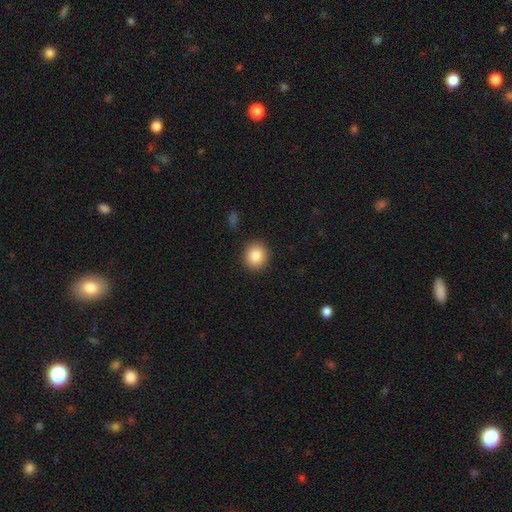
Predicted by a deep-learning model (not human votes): Overall: smooth (85%). How rounded: round (83%). Merging: none (91%).